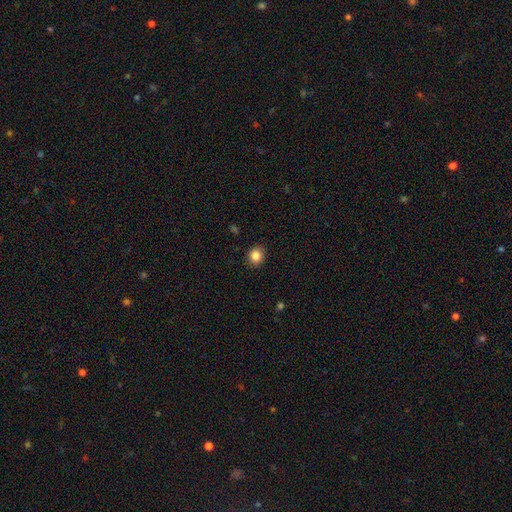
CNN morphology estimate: smooth_or_featured: smooth (p=0.85) [alt: star or artifact p=0.10]
how_rounded: round (p=0.70) [alt: in between p=0.29]
merging: none (p=0.89) [alt: minor disturbance p=0.08]